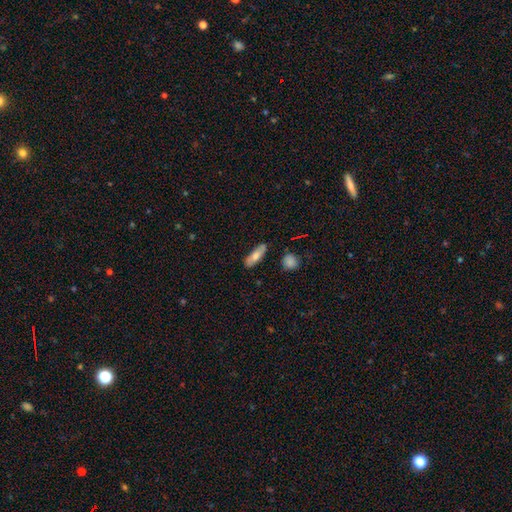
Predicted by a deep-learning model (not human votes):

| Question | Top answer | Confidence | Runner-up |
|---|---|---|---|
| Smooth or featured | smooth | 72% | featured or disk (22%) |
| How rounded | in between | 54% | cigar-shaped (43%) |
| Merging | none | 79% | minor disturbance (15%) |